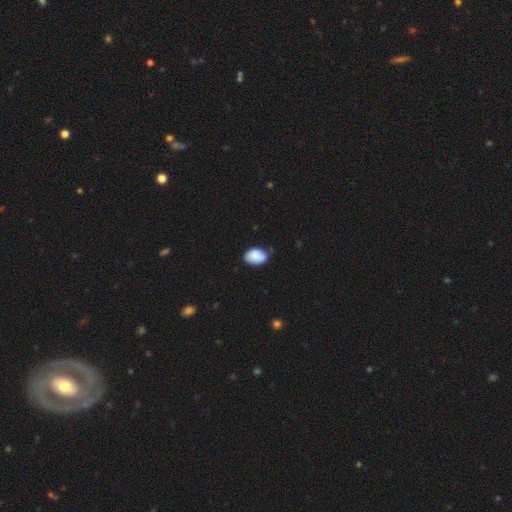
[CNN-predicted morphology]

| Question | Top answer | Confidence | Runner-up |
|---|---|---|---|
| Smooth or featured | smooth | 86% | featured or disk (7%) |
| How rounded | in between | 85% | round (14%) |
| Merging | none | 67% | minor disturbance (27%) |